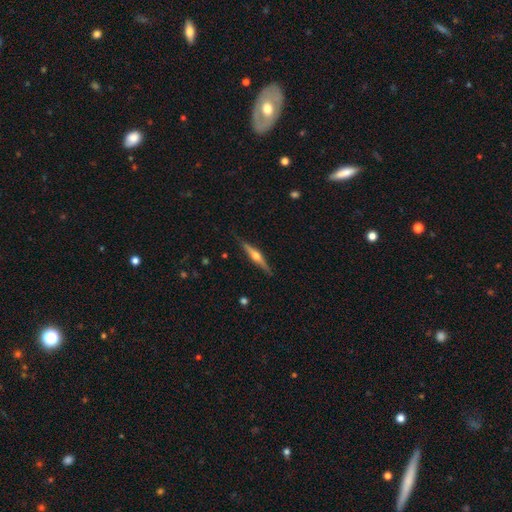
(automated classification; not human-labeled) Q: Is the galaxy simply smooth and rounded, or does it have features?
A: featured or disk — 75%.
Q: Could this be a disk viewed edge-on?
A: yes — 98%.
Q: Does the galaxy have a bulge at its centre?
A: rounded — 94%.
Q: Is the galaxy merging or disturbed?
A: none — 86%.